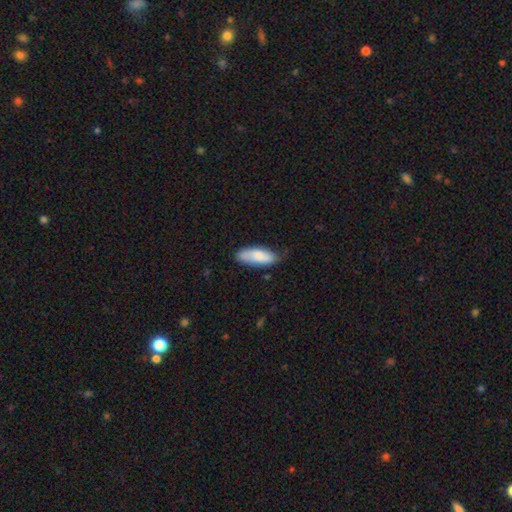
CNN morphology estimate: Overall: smooth (80%). How rounded: in between (73%). Merging: none (74%).